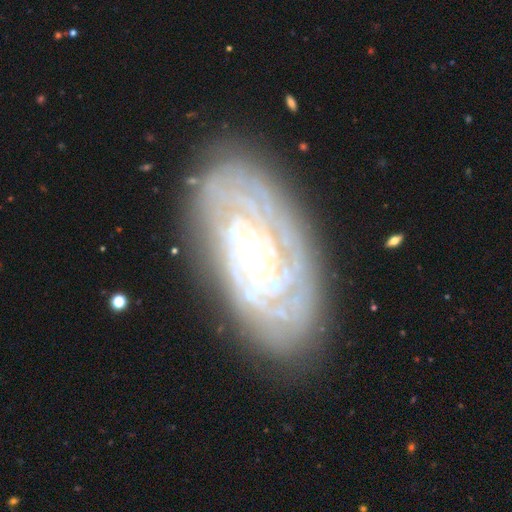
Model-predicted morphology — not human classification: A featured or disk galaxy (85%) with a weak bar (44%), tight (81%) spiral arms (95%) and a small central bulge (47%).

Vote fractions:
- Smooth or featured? featured or disk: 85% / smooth: 9% / star or artifact: 7%
- Edge-on disk? no: 93% / yes: 7%
- Bar? weak: 44% / strong: 30% / no: 26%
- Spiral arms? yes: 95% / no: 5%
- Spiral winding? tight: 81% / medium: 15% / loose: 3%
- Spiral arm count? can't tell: 39% / 4: 15% / 2: 15% / 3: 13% / more than 4: 12% / 1: 6%
- Bulge size? small: 47% / moderate: 42% / large: 5% / none: 4% / dominant: 1%
- Merging? none: 79% / minor disturbance: 15% / major disturbance: 4% / merger: 2%